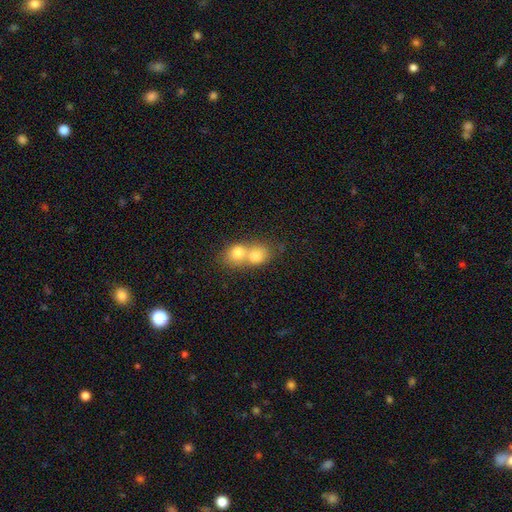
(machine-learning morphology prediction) Q: Smooth or featured?
A: smooth (77%); runner-up: featured or disk (15%)
Q: How rounded?
A: round (59%); runner-up: in between (39%)
Q: Merging?
A: merger (75%); runner-up: none (18%)